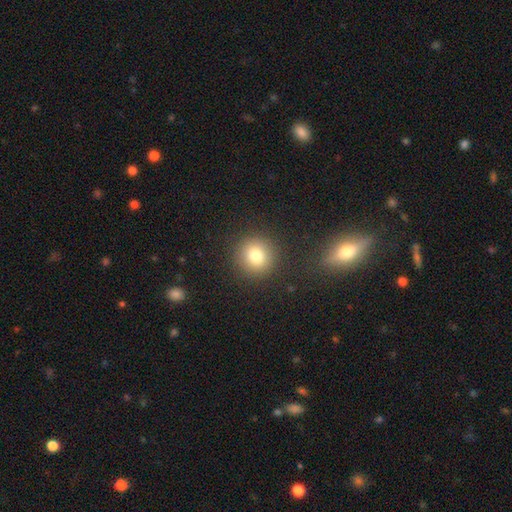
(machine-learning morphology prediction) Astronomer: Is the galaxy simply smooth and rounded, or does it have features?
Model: smooth — 79%.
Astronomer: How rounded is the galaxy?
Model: round — 93%.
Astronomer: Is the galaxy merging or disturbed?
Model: none — 90%.